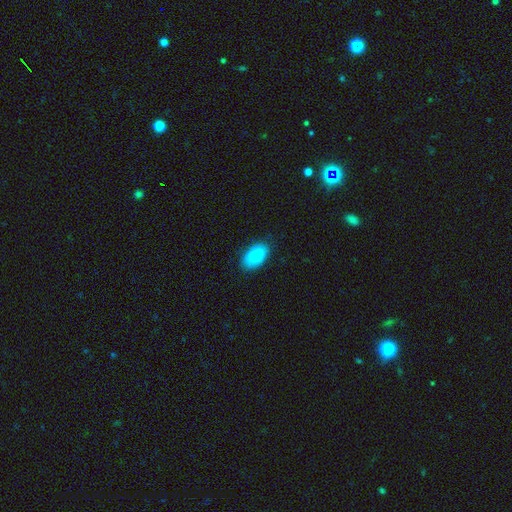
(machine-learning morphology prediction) Smooth or featured?
  - smooth: 90% *
  - star or artifact: 6%
  - featured or disk: 4%
How rounded?
  - in between: 94% *
  - round: 4%
  - cigar-shaped: 2%
Merging?
  - none: 84% *
  - minor disturbance: 13%
  - major disturbance: 3%
  - merger: 1%